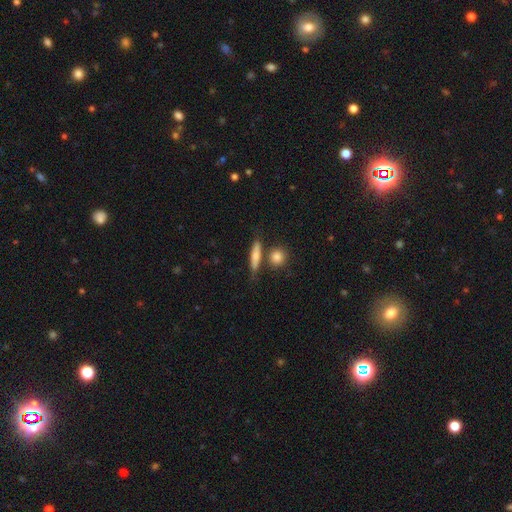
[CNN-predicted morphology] The model was most divided on "smooth or featured": smooth: 67%, featured or disk: 26%, star or artifact: 7%. More confident: merging — none (70%); how rounded — cigar-shaped (68%).